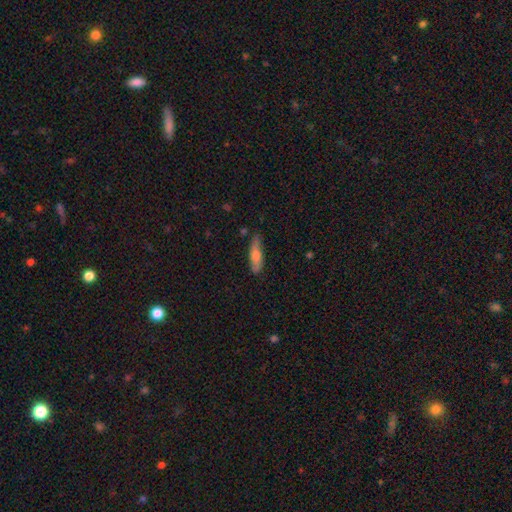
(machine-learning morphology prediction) type=smooth (64%); roundness=cigar-shaped (65%); merging=none (78%).